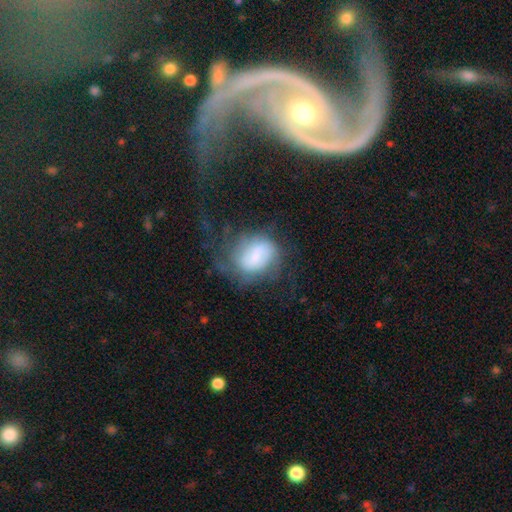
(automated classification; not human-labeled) featured or disk 49%, smooth 41%, star or artifact 10%. Down the decision tree: merging — none (46%).